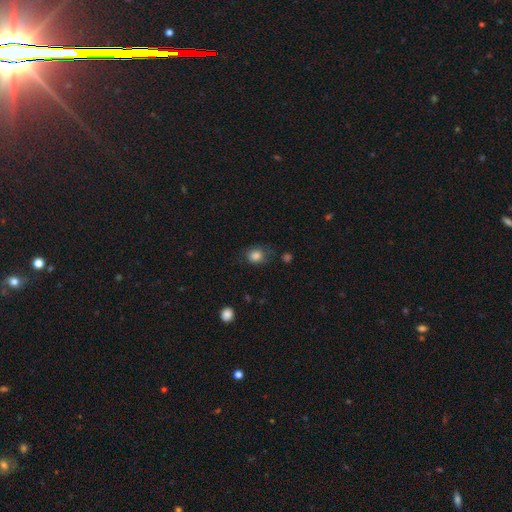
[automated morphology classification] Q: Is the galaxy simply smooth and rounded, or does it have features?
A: smooth — 84%.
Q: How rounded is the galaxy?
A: round — 65%.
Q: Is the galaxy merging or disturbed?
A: none — 67%.